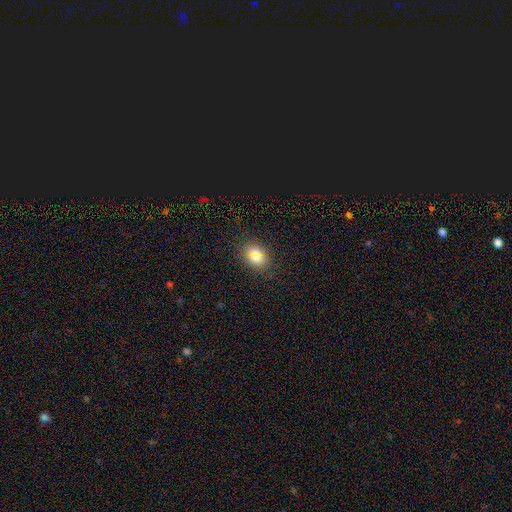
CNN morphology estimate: Smooth or featured? smooth (72%)
How rounded? in between (51%)
Merging? none (80%)